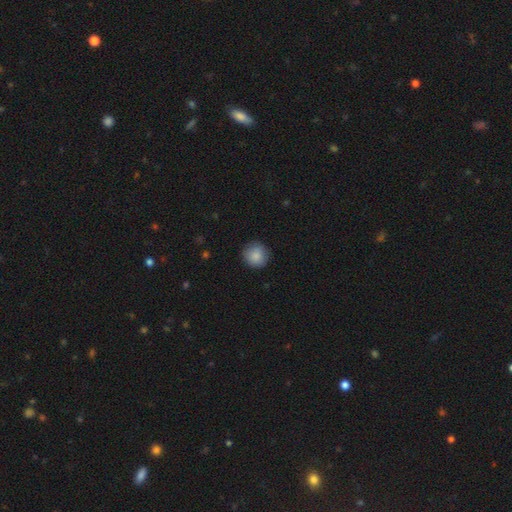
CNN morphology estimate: Overall: smooth (87%). How rounded: round (93%). Merging: none (87%).